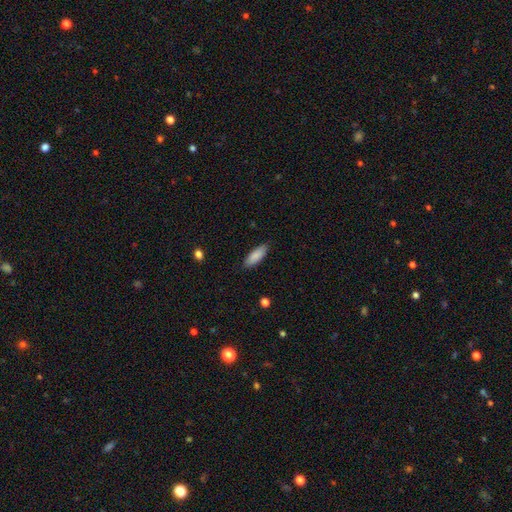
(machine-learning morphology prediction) A smooth galaxy with no disk features (88%) that is in between round and cigar-shaped (66%).

Vote fractions:
- Smooth or featured? smooth: 88% / featured or disk: 6% / star or artifact: 6%
- How rounded? in between: 66% / cigar-shaped: 33% / round: 1%
- Merging? none: 86% / minor disturbance: 11% / major disturbance: 2% / merger: 1%